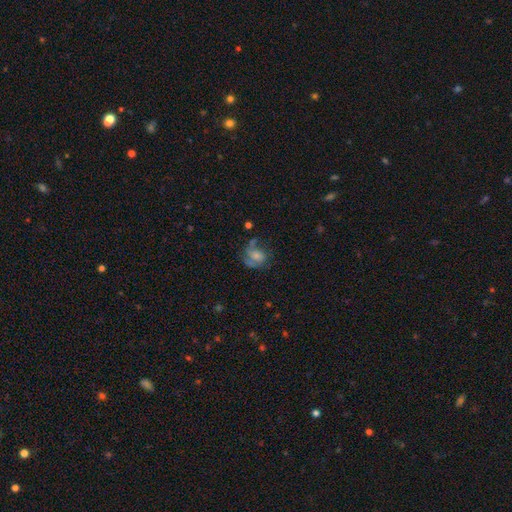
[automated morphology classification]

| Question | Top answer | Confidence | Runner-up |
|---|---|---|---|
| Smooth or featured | featured or disk | 48% | smooth (40%) |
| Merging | none | 36% | major disturbance (34%) |